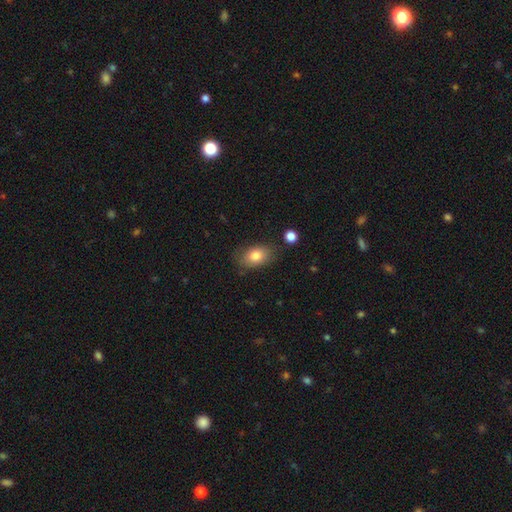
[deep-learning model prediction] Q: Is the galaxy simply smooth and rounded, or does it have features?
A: smooth — 81%.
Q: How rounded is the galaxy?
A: in between — 84%.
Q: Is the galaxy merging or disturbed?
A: none — 75%.